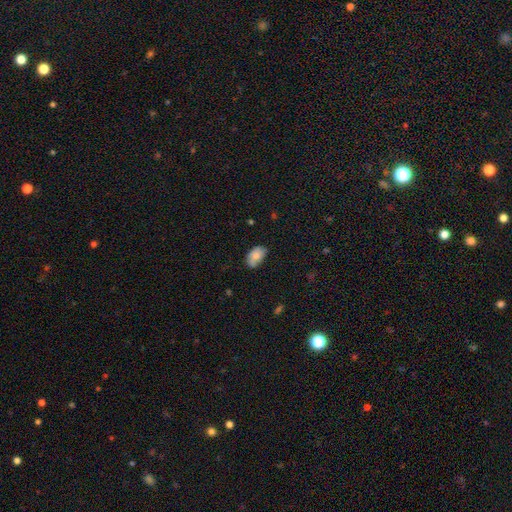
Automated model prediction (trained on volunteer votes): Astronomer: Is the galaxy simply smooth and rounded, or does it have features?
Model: smooth — 77%.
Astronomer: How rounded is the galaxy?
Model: in between — 92%.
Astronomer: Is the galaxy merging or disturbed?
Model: none — 58%.